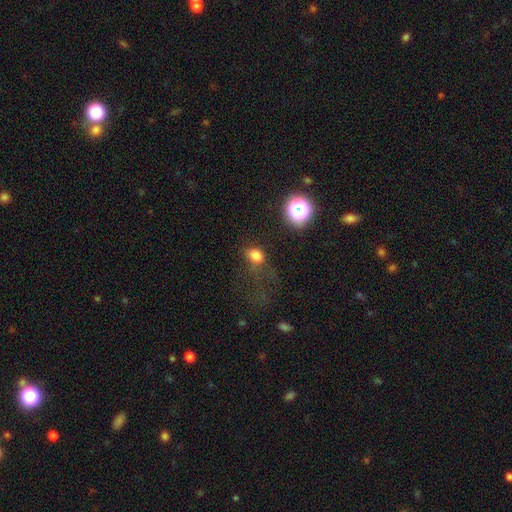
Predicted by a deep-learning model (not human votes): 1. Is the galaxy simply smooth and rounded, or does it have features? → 77% smooth, 16% star or artifact, 7% featured or disk.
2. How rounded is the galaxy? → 56% in between, 42% round, 2% cigar-shaped.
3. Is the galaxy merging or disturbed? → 55% none, 20% minor disturbance, 20% major disturbance, 5% merger.